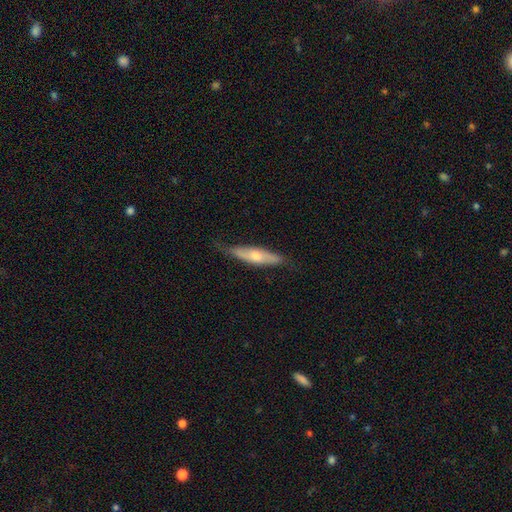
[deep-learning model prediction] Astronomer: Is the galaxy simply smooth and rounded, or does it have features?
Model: featured or disk — 48% (runner-up: smooth, 46%).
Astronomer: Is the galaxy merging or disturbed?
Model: none — 72%.